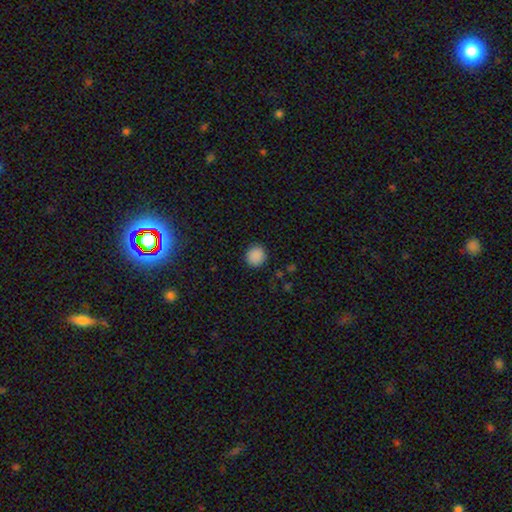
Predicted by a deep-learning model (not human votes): Smooth or featured?
  - smooth: 88% *
  - star or artifact: 9%
  - featured or disk: 3%
How rounded?
  - round: 90% *
  - in between: 9%
  - cigar-shaped: 1%
Merging?
  - none: 90% *
  - minor disturbance: 7%
  - major disturbance: 2%
  - merger: 1%